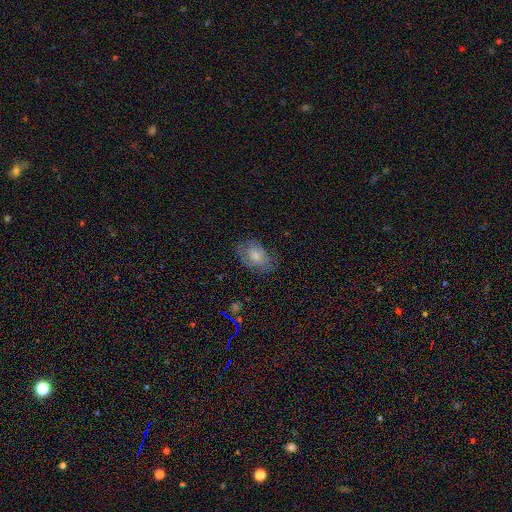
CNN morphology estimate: Q: Smooth or featured?
A: smooth (42%); runner-up: featured or disk (40%)
Q: Merging?
A: none (72%); runner-up: minor disturbance (20%)